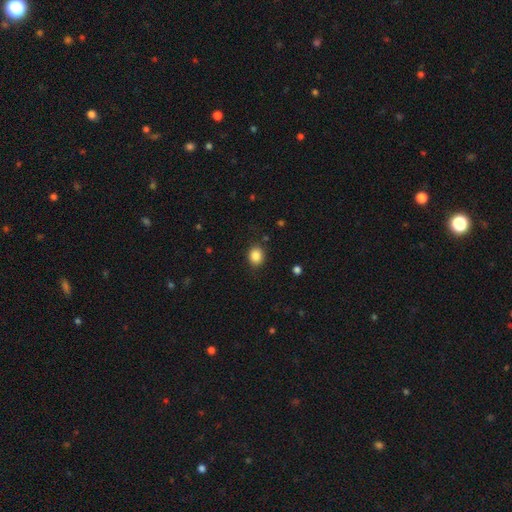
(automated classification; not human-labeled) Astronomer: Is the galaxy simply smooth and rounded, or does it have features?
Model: smooth — 86%.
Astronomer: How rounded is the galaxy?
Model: round — 62% (runner-up: in between, 37%).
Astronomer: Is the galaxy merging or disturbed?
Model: none — 87%.